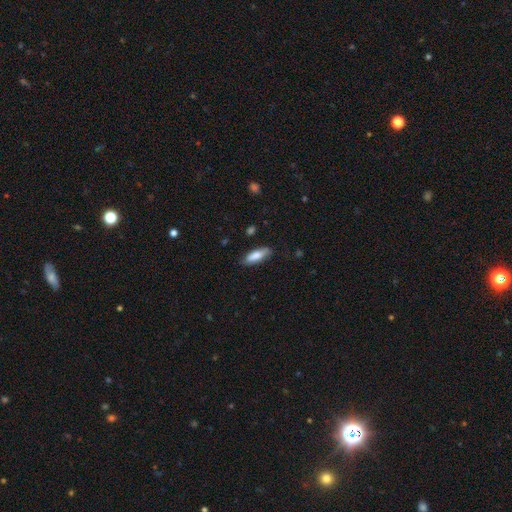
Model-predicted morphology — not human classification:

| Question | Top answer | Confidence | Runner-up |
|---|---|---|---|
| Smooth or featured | smooth | 78% | featured or disk (16%) |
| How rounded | in between | 57% | cigar-shaped (41%) |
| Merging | none | 79% | minor disturbance (16%) |